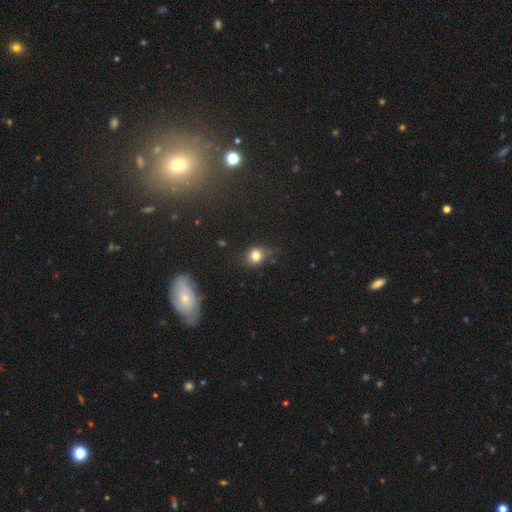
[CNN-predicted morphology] smooth_or_featured: smooth (p=0.78) [alt: star or artifact p=0.14]
how_rounded: round (p=0.69) [alt: in between p=0.30]
merging: none (p=0.72) [alt: minor disturbance p=0.20]